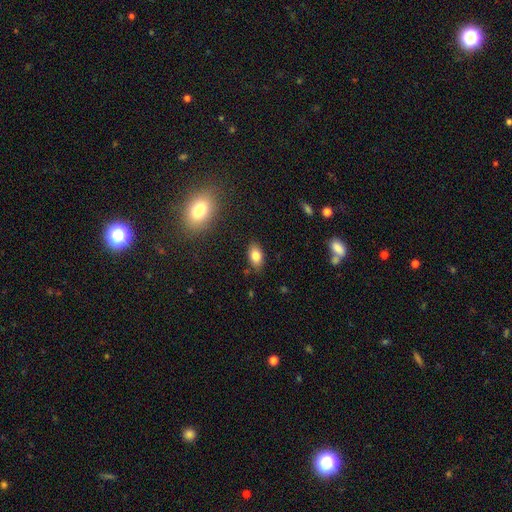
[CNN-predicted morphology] Smooth or featured?
  - smooth: 82% *
  - featured or disk: 9%
  - star or artifact: 9%
How rounded?
  - in between: 89% *
  - round: 8%
  - cigar-shaped: 2%
Merging?
  - none: 85% *
  - minor disturbance: 11%
  - major disturbance: 2%
  - merger: 2%